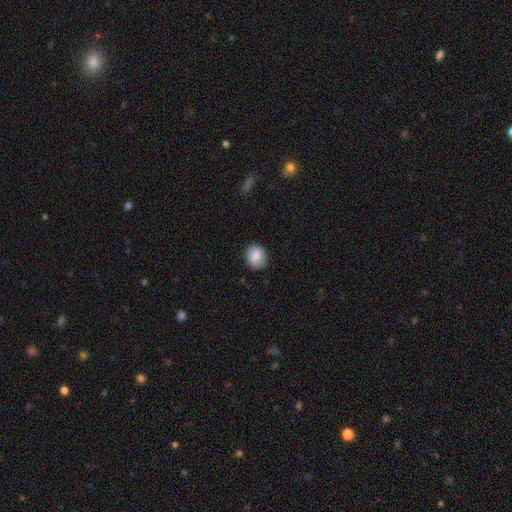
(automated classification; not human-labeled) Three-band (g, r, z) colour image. It shows a smooth galaxy with no disk features (85%) that is round (57%). Merging: none (85%).